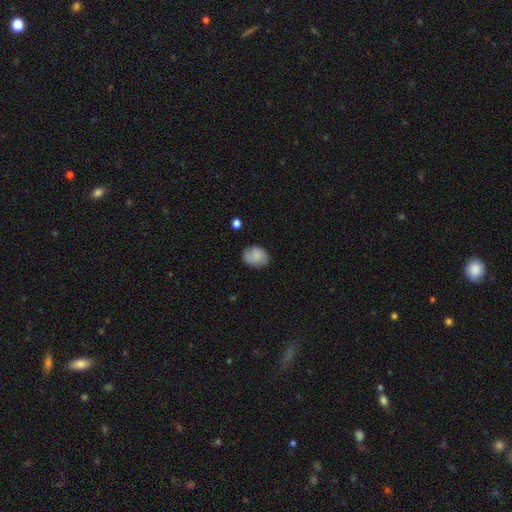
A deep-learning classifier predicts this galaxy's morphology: Q: Smooth or featured?
A: smooth (72%); runner-up: featured or disk (21%)
Q: How rounded?
A: in between (54%); runner-up: round (45%)
Q: Merging?
A: none (75%); runner-up: minor disturbance (19%)